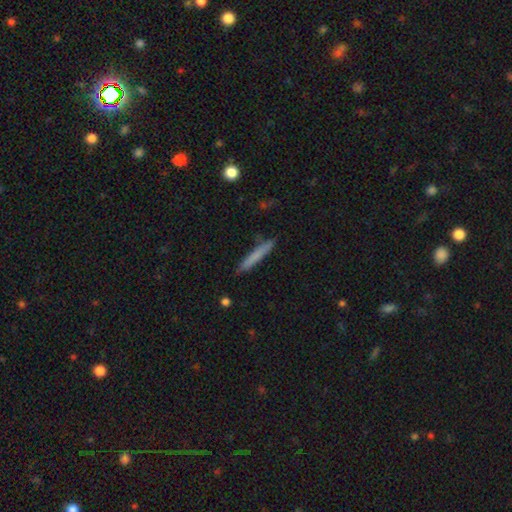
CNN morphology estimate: Overall: smooth (72%). How rounded: cigar-shaped (96%). Merging: none (88%).